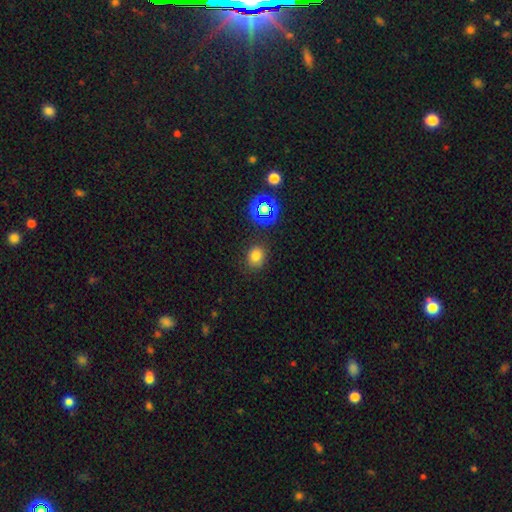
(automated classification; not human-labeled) A smooth galaxy with no disk features (74%) that is round (62%). Merging: none (83%).